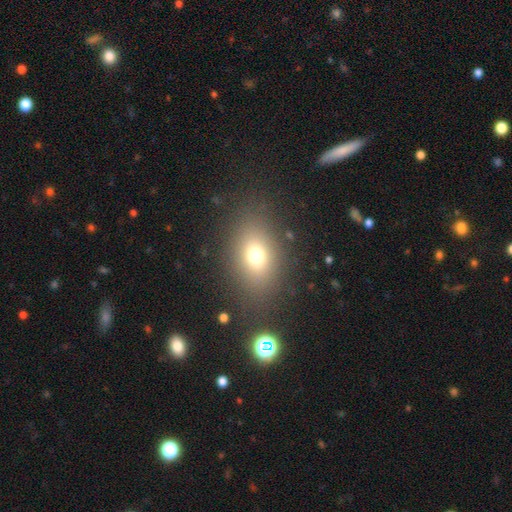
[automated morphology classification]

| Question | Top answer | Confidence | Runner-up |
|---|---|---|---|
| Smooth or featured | smooth | 71% | star or artifact (15%) |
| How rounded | in between | 71% | round (27%) |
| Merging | none | 80% | minor disturbance (11%) |